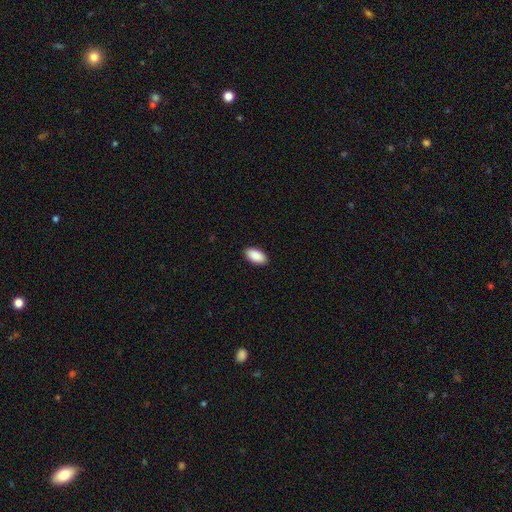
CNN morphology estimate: A smooth galaxy with no disk features (90%) that is in between round and cigar-shaped (94%).

Vote fractions:
- Smooth or featured? smooth: 90% / star or artifact: 6% / featured or disk: 4%
- How rounded? in between: 94% / cigar-shaped: 3% / round: 2%
- Merging? none: 91% / minor disturbance: 7% / major disturbance: 2% / merger: 1%